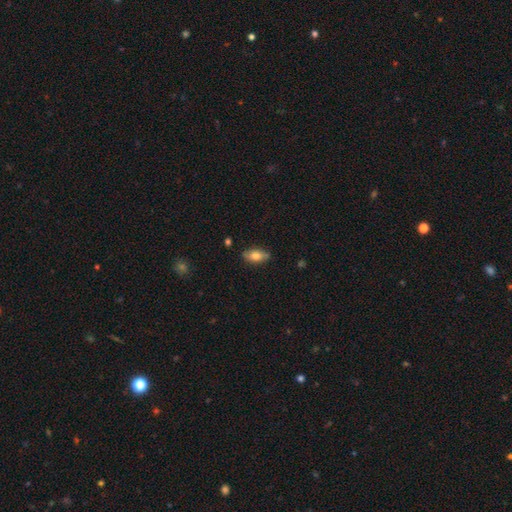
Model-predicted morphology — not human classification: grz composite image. It shows a smooth galaxy with no disk features (73%) that is in between round and cigar-shaped (88%). Merging: none (82%).